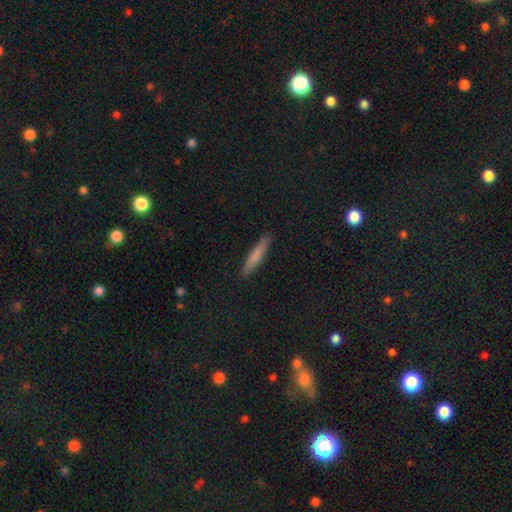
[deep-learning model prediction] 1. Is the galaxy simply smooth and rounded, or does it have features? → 75% smooth, 18% featured or disk, 7% star or artifact.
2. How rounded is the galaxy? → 92% cigar-shaped, 7% in between, 1% round.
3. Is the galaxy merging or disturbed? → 90% none, 7% minor disturbance, 2% major disturbance, 1% merger.